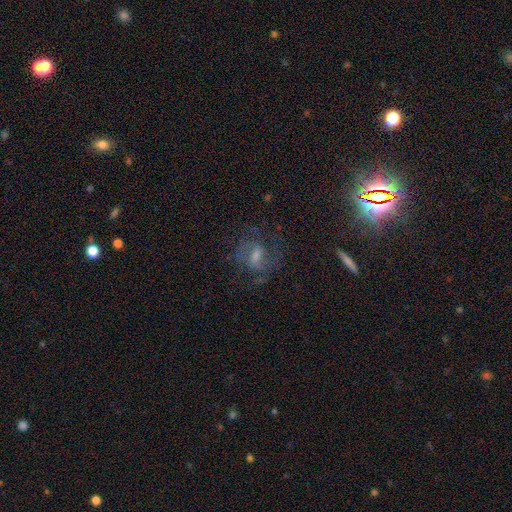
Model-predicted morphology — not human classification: smooth_or_featured: featured or disk (p=0.56) [alt: smooth p=0.25]
disk_edge_on: no (p=0.93) [alt: yes p=0.07]
bar: weak (p=0.48) [alt: no p=0.27]
has_spiral_arms: yes (p=0.75) [alt: no p=0.25]
bulge_size: moderate (p=0.38) [alt: small p=0.35]
merging: none (p=0.62) [alt: major disturbance p=0.19]